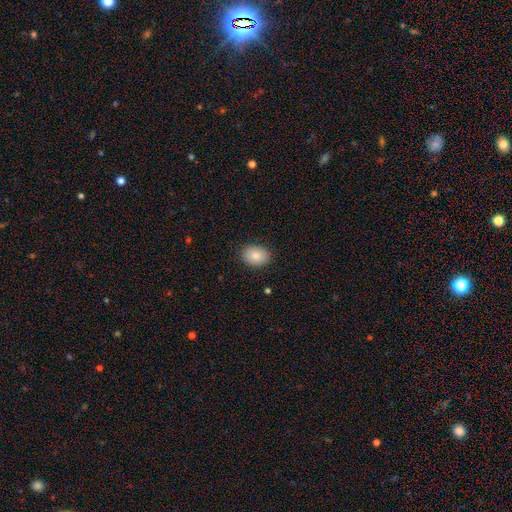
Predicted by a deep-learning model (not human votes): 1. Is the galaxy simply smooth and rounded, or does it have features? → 86% smooth, 8% star or artifact, 7% featured or disk.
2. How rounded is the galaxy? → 71% in between, 28% round, 1% cigar-shaped.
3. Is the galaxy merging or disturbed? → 88% none, 9% minor disturbance, 2% major disturbance, 1% merger.